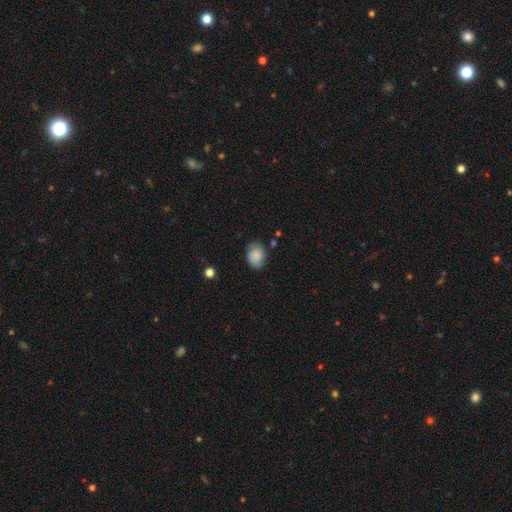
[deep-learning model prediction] smooth 82%, featured or disk 10%, star or artifact 8%. Down the decision tree: how rounded — in between (56%); merging — none (69%).